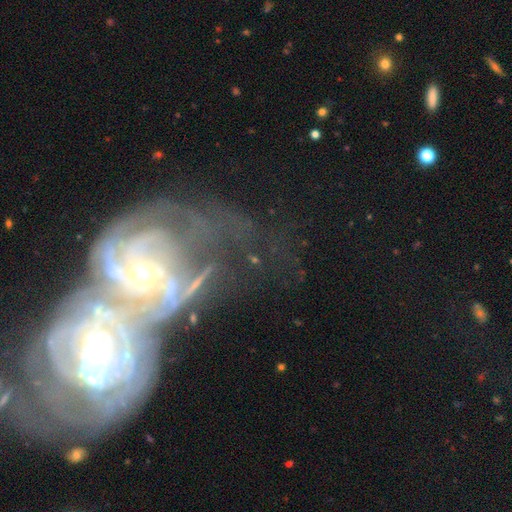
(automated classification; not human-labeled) smooth-or-featured: featured or disk: 83% | star or artifact: 9% | smooth: 8%
  disk-edge-on: no: 96% | yes: 4%
    bar: no: 64% | weak: 24% | strong: 11%
    has-spiral-arms: yes: 91% | no: 9%
      spiral-winding: tight: 67% | medium: 24% | loose: 9%
      spiral-arm-count: can't tell: 45% | 2: 19% | 3: 14% | 4: 8% | more than 4: 8% | 1: 6%
    bulge-size: small: 56% | moderate: 37% | large: 3% | none: 2% | dominant: 1%
  merging: merger: 80% | none: 8% | major disturbance: 7% | minor disturbance: 5%